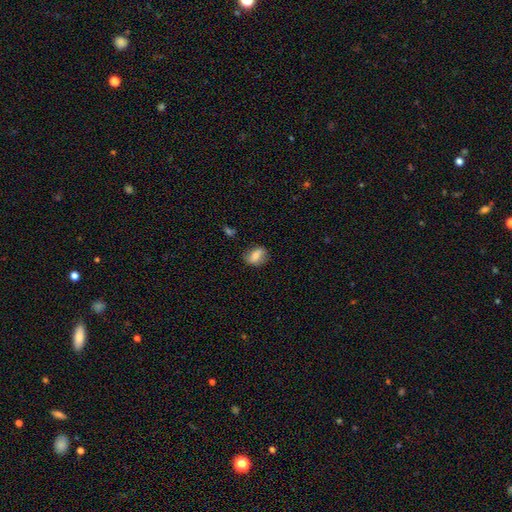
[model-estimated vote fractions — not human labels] A smooth galaxy with no disk features (75%) that is in between round and cigar-shaped (72%). Merging: none (76%).